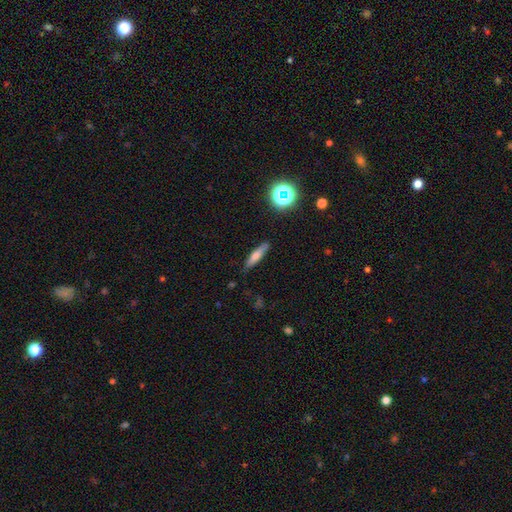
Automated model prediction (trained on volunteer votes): Q: Smooth or featured?
A: smooth (60%); runner-up: featured or disk (29%)
Q: How rounded?
A: cigar-shaped (79%); runner-up: in between (18%)
Q: Merging?
A: none (84%); runner-up: minor disturbance (12%)